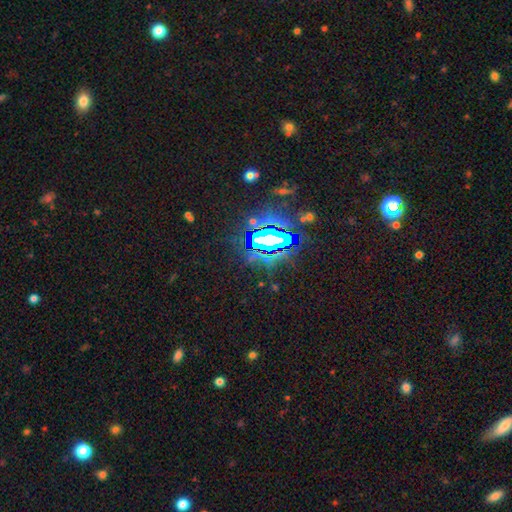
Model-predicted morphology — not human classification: star or artifact 83%, smooth 9%, featured or disk 8%.